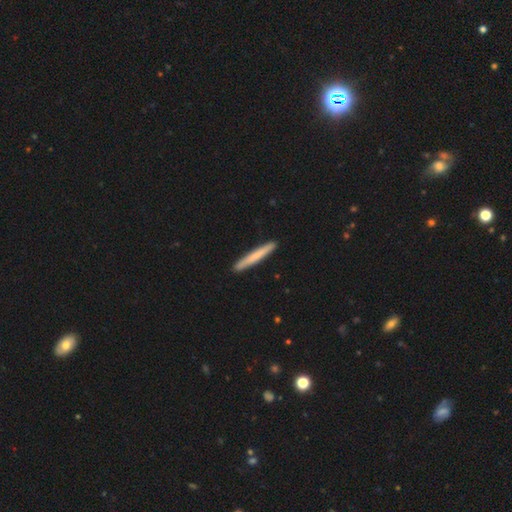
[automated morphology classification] The model was most divided on "smooth or featured": smooth: 67%, featured or disk: 28%, star or artifact: 5%. More confident: how rounded — cigar-shaped (97%); merging — none (92%).